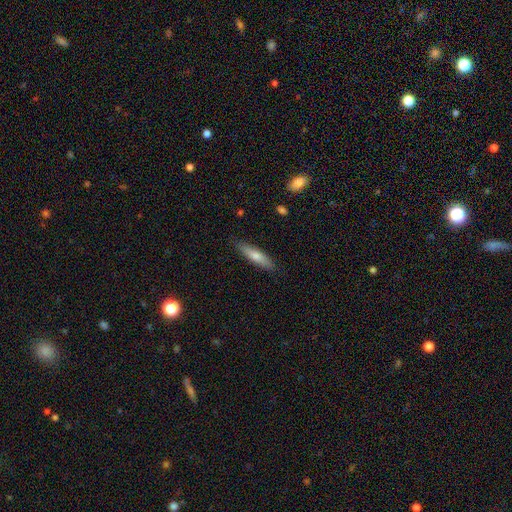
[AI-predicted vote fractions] This is likely a smooth galaxy (66%). How rounded: likely cigar-shaped (79%). Merging: clearly none (87%).